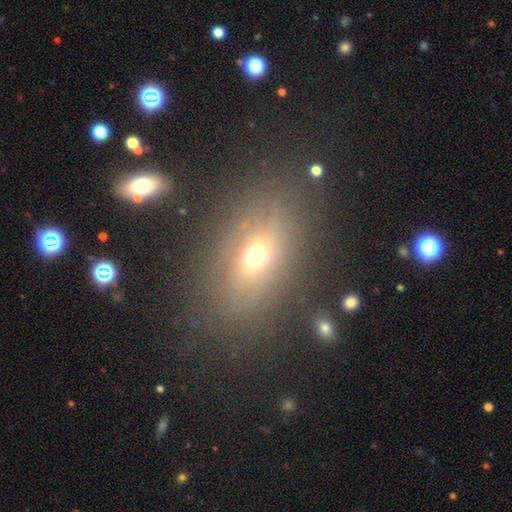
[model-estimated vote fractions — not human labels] Smooth or featured? Predicted: smooth (p=0.54). How rounded? Predicted: in between (p=0.77). Merging? Predicted: none (p=0.73).